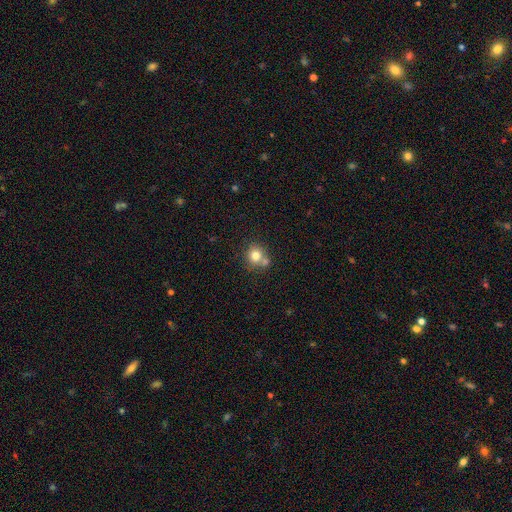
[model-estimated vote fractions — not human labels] Smooth or featured? smooth (78%)
How rounded? round (85%)
Merging? none (55%)